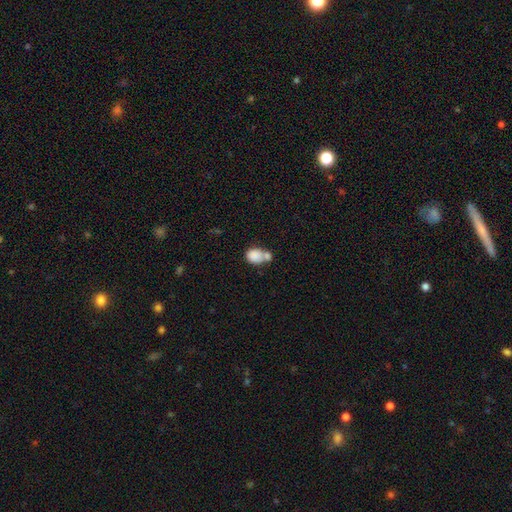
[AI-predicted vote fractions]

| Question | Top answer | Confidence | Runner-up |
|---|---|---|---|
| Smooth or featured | smooth | 82% | featured or disk (10%) |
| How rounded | in between | 53% | round (46%) |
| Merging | merger | 54% | none (30%) |